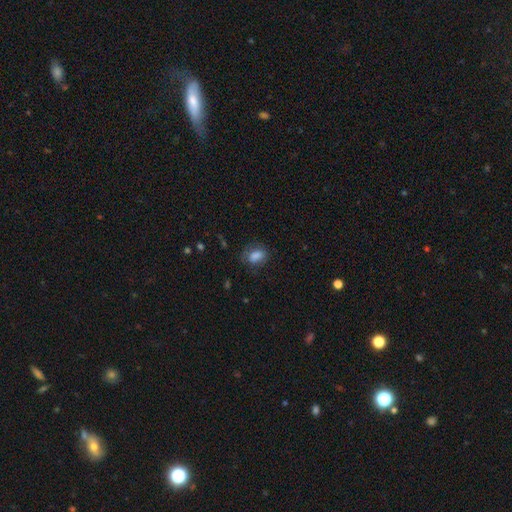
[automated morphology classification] Smooth or featured? smooth (82%)
How rounded? in between (82%)
Merging? none (70%)